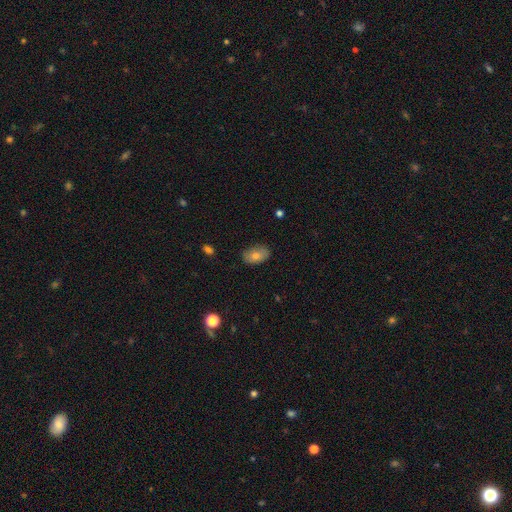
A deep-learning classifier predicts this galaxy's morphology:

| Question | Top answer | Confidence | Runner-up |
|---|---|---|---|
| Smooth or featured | smooth | 73% | featured or disk (18%) |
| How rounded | in between | 88% | round (10%) |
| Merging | none | 81% | minor disturbance (15%) |